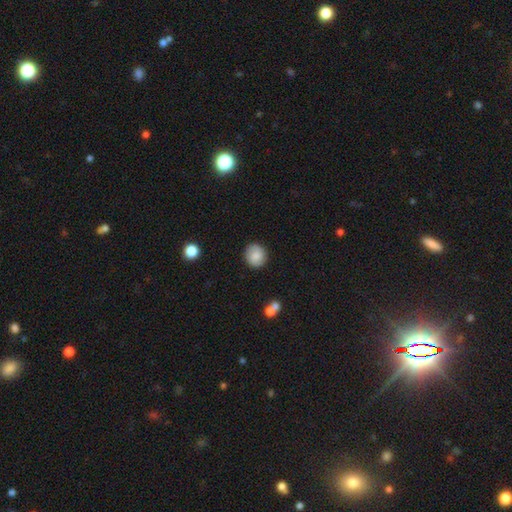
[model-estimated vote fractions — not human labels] Overall: smooth (81%). How rounded: round (87%). Merging: none (88%).